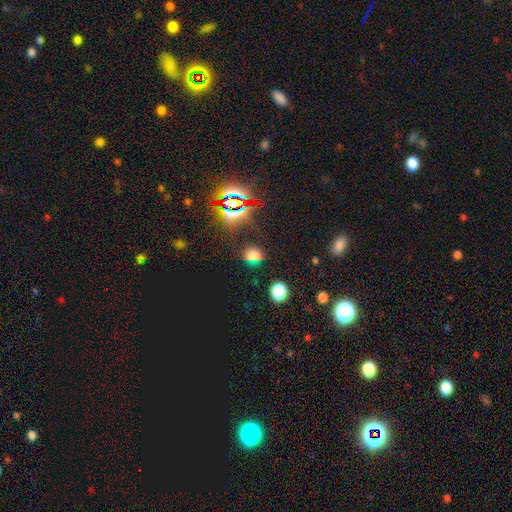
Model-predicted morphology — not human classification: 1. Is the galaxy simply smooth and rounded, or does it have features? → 60% smooth, 34% star or artifact, 6% featured or disk.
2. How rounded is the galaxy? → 68% round, 31% in between, 2% cigar-shaped.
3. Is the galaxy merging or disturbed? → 78% none, 13% minor disturbance, 5% major disturbance, 4% merger.